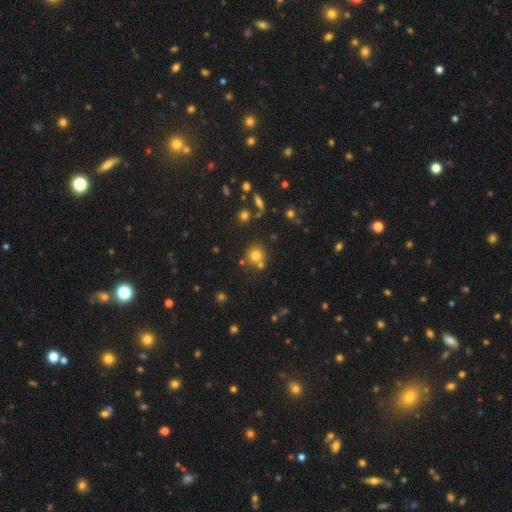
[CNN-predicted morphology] smooth_or_featured: smooth (p=0.75) [alt: star or artifact p=0.16]
how_rounded: round (p=0.91) [alt: in between p=0.08]
merging: none (p=0.69) [alt: merger p=0.19]